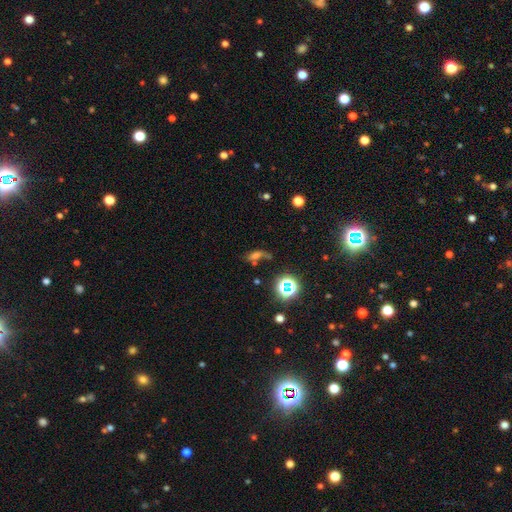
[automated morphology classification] Smooth or featured: smooth — 40% (star or artifact — 36%)
Merging: none — 48% (minor disturbance — 20%)